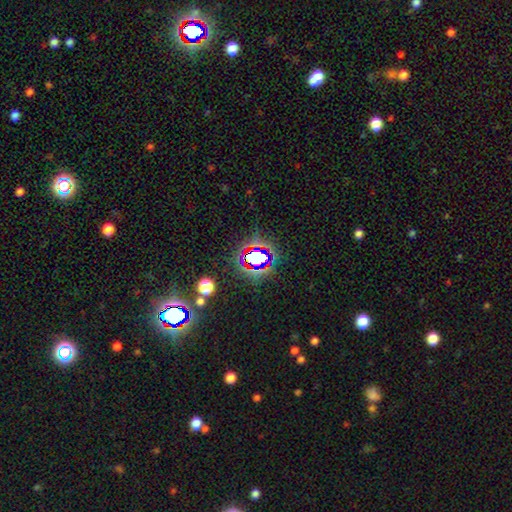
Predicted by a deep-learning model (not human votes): Smooth or featured?
  - star or artifact: 66% *
  - smooth: 21%
  - featured or disk: 13%